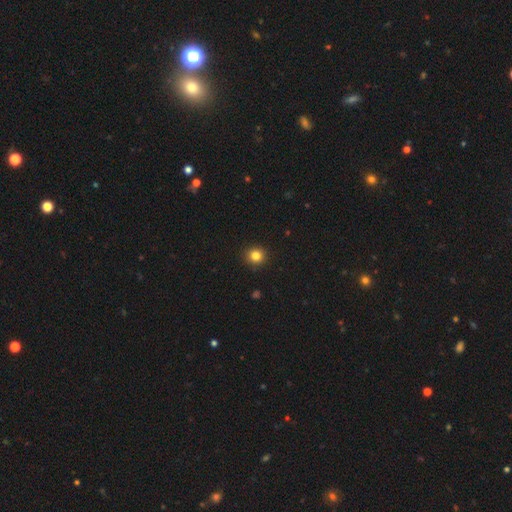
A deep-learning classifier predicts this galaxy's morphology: Smooth or featured? smooth (83%)
How rounded? round (91%)
Merging? none (92%)